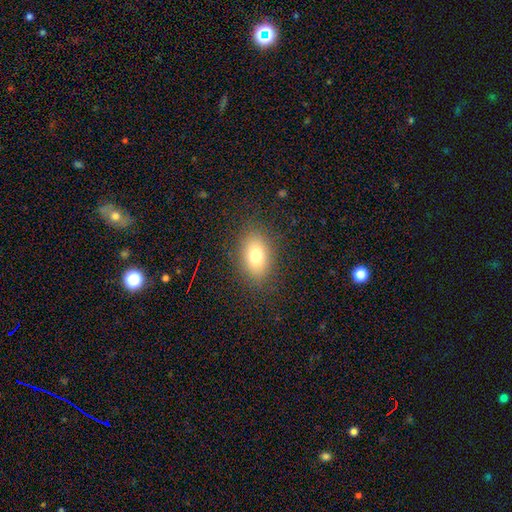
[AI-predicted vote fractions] A smooth galaxy with no disk features (76%) that is in between round and cigar-shaped (81%).

Vote fractions:
- Smooth or featured? smooth: 76% / featured or disk: 13% / star or artifact: 12%
- How rounded? in between: 81% / round: 17% / cigar-shaped: 2%
- Merging? none: 85% / minor disturbance: 10% / major disturbance: 4% / merger: 1%